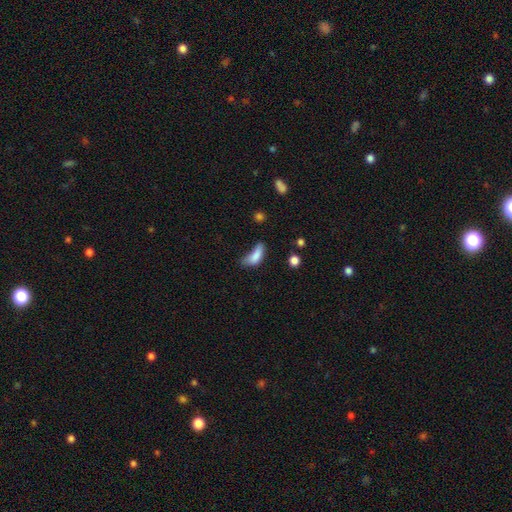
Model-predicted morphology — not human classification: Smooth or featured? Predicted: smooth (p=0.79). How rounded? Predicted: in between (p=0.79). Merging? Predicted: minor disturbance (p=0.37).